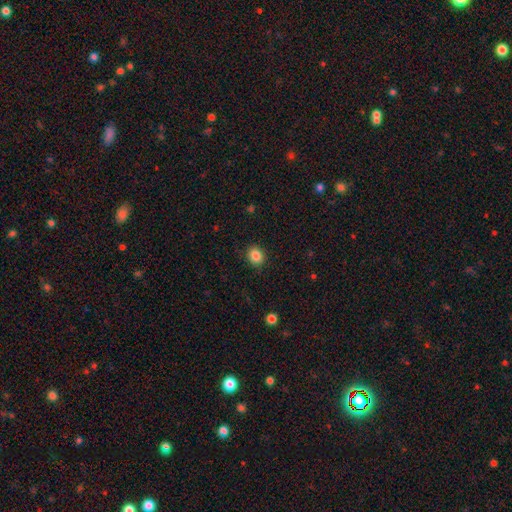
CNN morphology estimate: smooth-or-featured: smooth: 86% | star or artifact: 10% | featured or disk: 4%
  how-rounded: round: 68% | in between: 31% | cigar-shaped: 1%
  merging: none: 89% | minor disturbance: 8% | major disturbance: 2% | merger: 1%